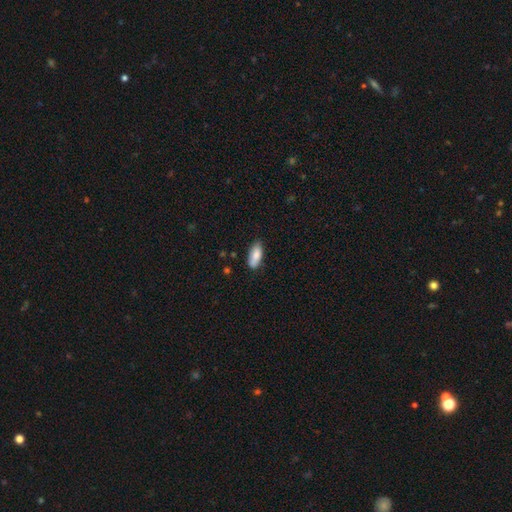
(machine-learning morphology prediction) Smooth or featured? Predicted: smooth (p=0.83). How rounded? Predicted: in between (p=0.82). Merging? Predicted: none (p=0.76).